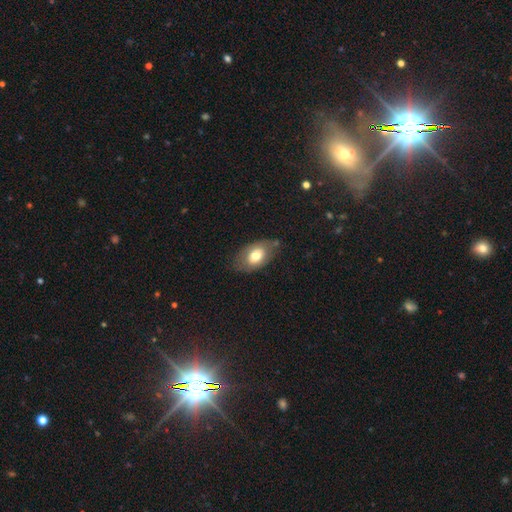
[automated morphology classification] The model was most divided on "smooth or featured": smooth: 66%, featured or disk: 26%, star or artifact: 8%. More confident: how rounded — in between (88%); merging — none (66%).